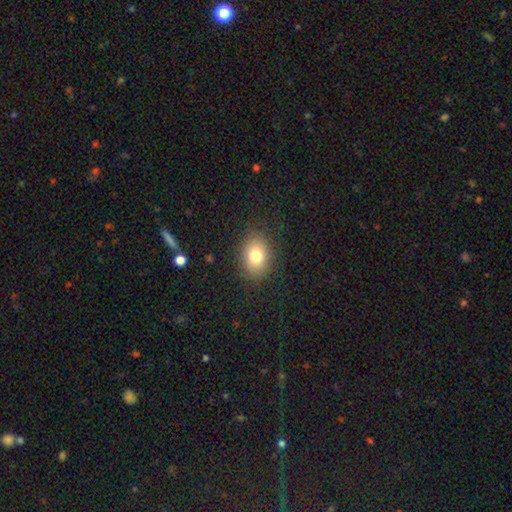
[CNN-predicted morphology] Smooth or featured? Predicted: smooth (p=0.79). How rounded? Predicted: in between (p=0.68). Merging? Predicted: none (p=0.85).